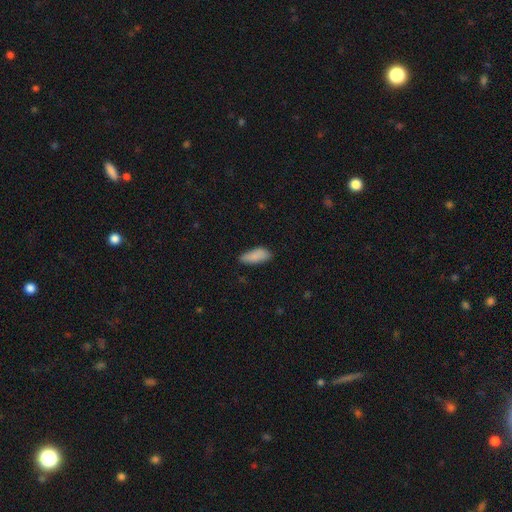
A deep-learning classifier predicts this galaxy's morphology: Smooth or featured? Predicted: smooth (p=0.88). How rounded? Predicted: in between (p=0.75). Merging? Predicted: none (p=0.77).